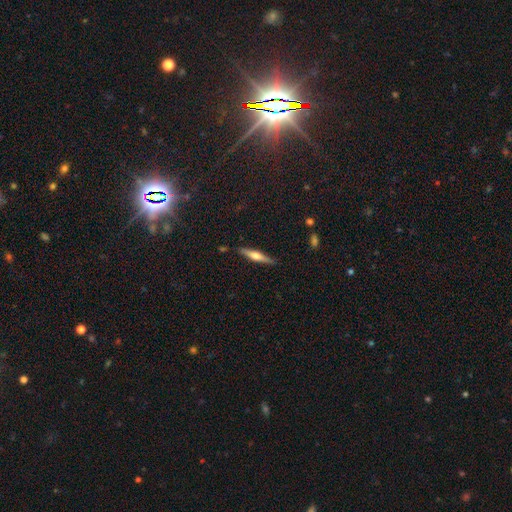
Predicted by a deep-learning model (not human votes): smooth_or_featured: featured or disk (p=0.57) [alt: smooth p=0.37]
disk_edge_on: yes (p=0.96) [alt: no p=0.04]
edge_on_bulge: rounded (p=0.83) [alt: boxy p=0.10]
merging: none (p=0.88) [alt: minor disturbance p=0.09]